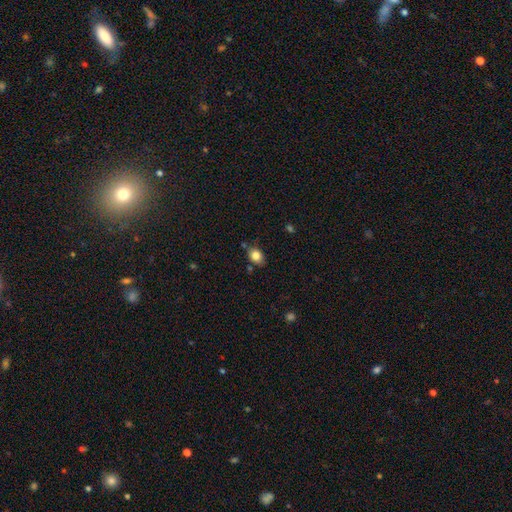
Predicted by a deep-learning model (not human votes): Smooth or featured? Predicted: smooth (p=0.82). How rounded? Predicted: in between (p=0.62). Merging? Predicted: none (p=0.75).